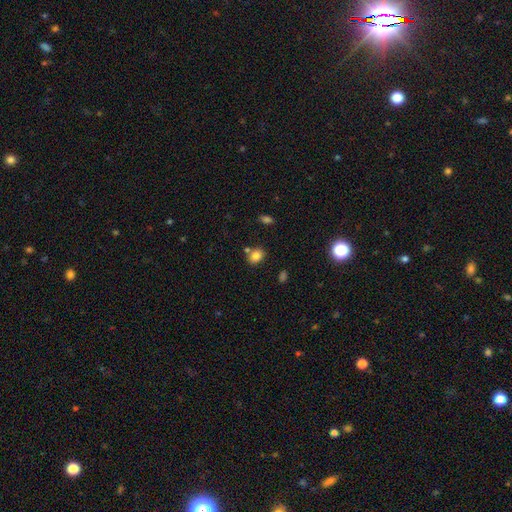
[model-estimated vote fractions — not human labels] smooth 83%, star or artifact 11%, featured or disk 6%. Down the decision tree: how rounded — in between (52%); merging — none (71%).